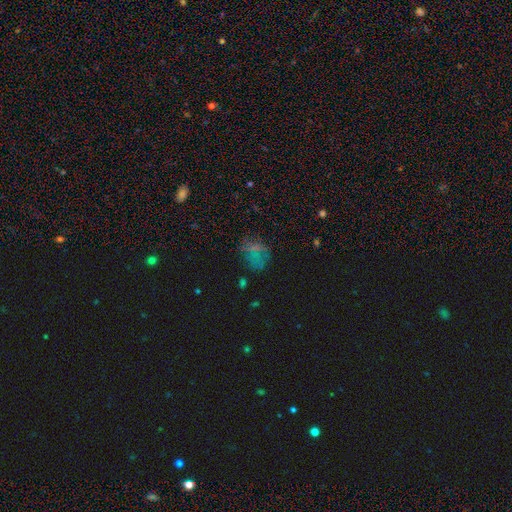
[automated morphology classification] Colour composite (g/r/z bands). It shows a smooth galaxy with no disk features (43%). Merging: none (59%).